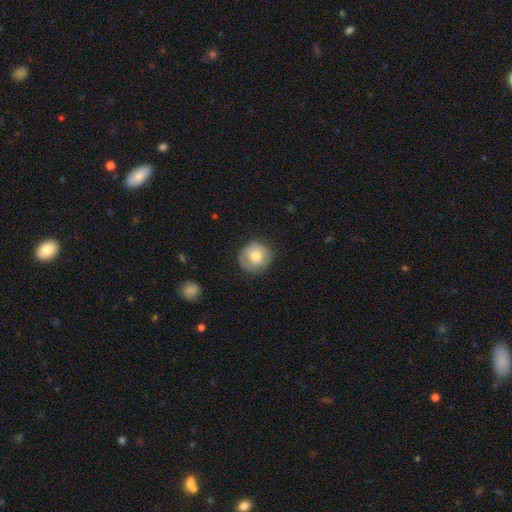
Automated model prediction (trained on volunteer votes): Overall: smooth (67%). How rounded: round (91%). Merging: none (76%).